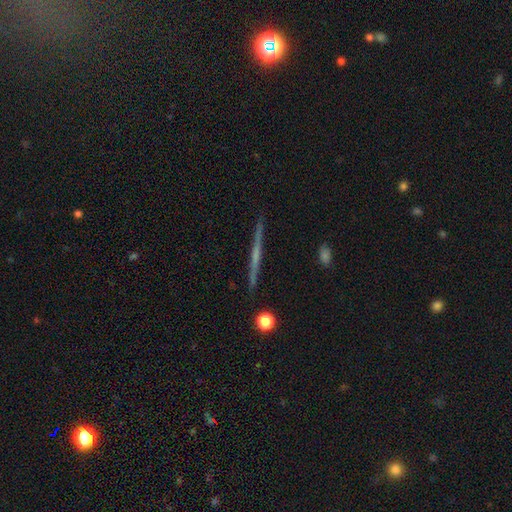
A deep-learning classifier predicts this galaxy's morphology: A featured or disk galaxy (67%) viewed edge-on (98%) with no central bulge (68%). Merging: none (92%).